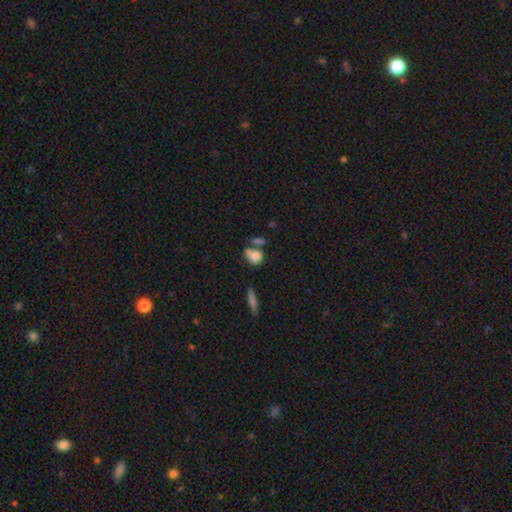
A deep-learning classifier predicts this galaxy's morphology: A smooth galaxy with no disk features (78%) that is in between round and cigar-shaped (62%). Merging: none (40%).